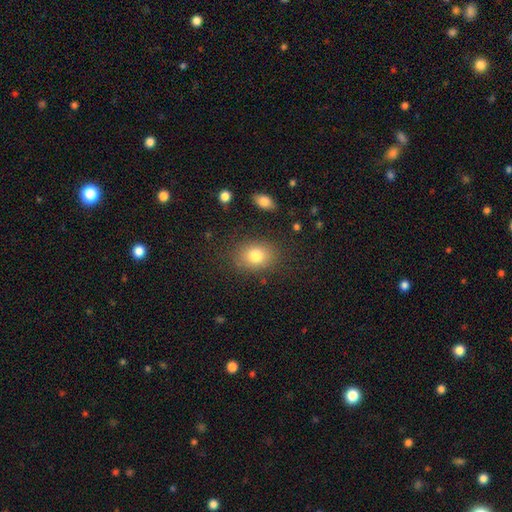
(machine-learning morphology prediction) The model was most divided on "how rounded": in between: 59%, round: 40%, cigar-shaped: 1%. More confident: merging — none (82%); smooth or featured — smooth (80%).